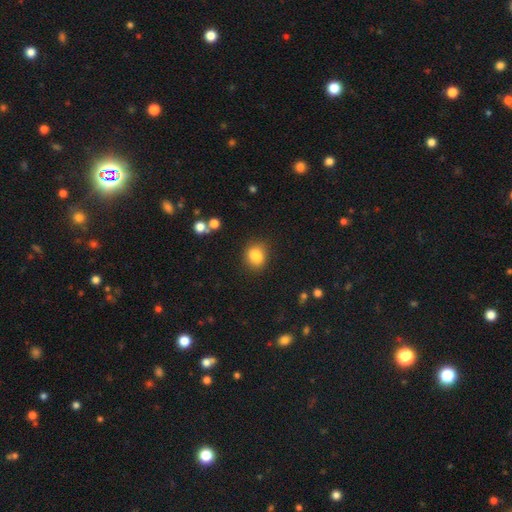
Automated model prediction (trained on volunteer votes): Smooth or featured? Predicted: smooth (p=0.84). How rounded? Predicted: in between (p=0.53). Merging? Predicted: none (p=0.76).